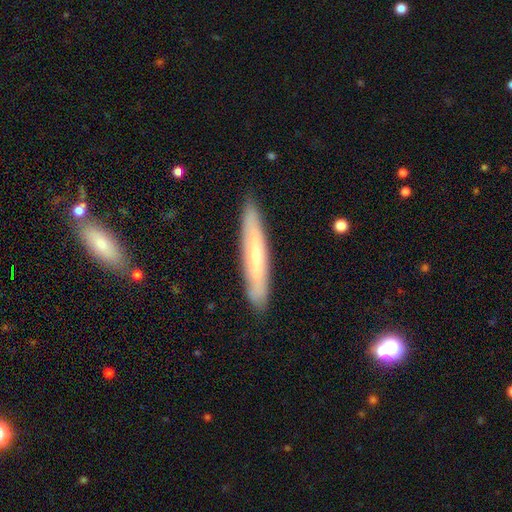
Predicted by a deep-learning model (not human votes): Smooth or featured?
  - smooth: 48% *
  - featured or disk: 46%
  - star or artifact: 6%
Merging?
  - none: 89% *
  - minor disturbance: 9%
  - major disturbance: 2%
  - merger: 1%